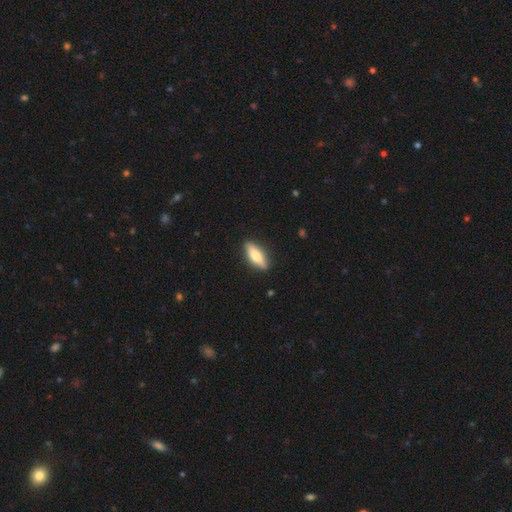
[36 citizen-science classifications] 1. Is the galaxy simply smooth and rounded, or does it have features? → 67% smooth, 31% featured or disk, 3% star or artifact.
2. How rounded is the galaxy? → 50% in between, 46% cigar-shaped, 4% round.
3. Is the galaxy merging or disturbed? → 91% none, 9% minor disturbance, 0% major disturbance, 0% merger.